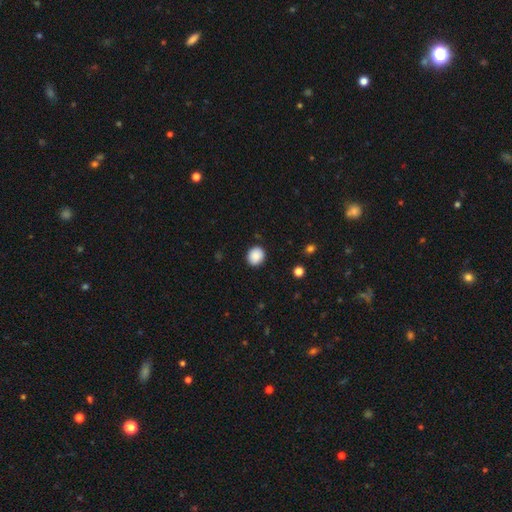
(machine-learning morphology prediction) A smooth galaxy with no disk features (88%) that is round (78%).

Vote fractions:
- Smooth or featured? smooth: 88% / star or artifact: 8% / featured or disk: 3%
- How rounded? round: 78% / in between: 21% / cigar-shaped: 1%
- Merging? none: 90% / minor disturbance: 7% / major disturbance: 2% / merger: 1%